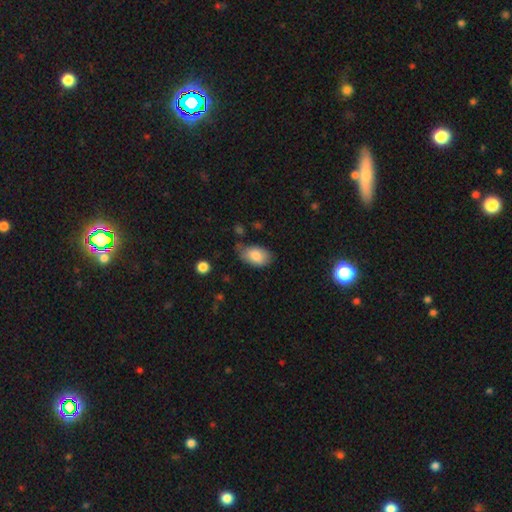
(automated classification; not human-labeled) Q: Smooth or featured?
A: smooth (84%); runner-up: featured or disk (9%)
Q: How rounded?
A: in between (91%); runner-up: round (8%)
Q: Merging?
A: none (63%); runner-up: minor disturbance (27%)